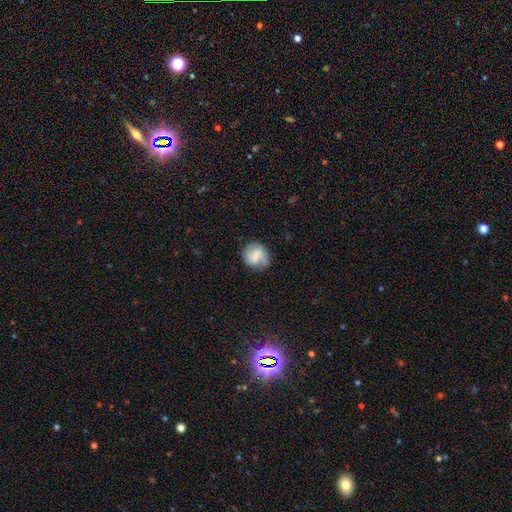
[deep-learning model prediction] This is possibly a smooth galaxy (49%). Merging: likely none (65%).